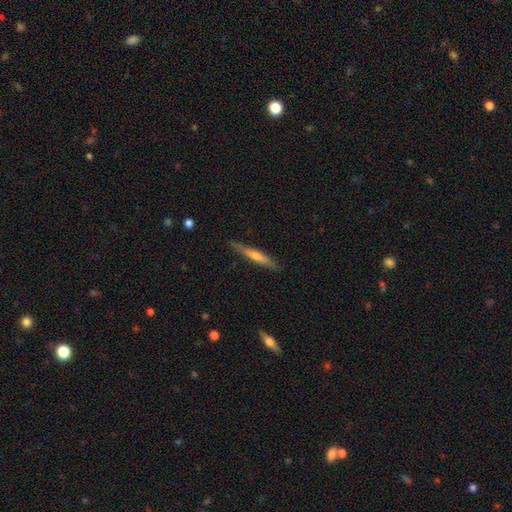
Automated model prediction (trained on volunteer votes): smooth-or-featured: featured or disk: 55% | smooth: 39% | star or artifact: 6%
  disk-edge-on: yes: 95% | no: 5%
    edge-on-bulge: rounded: 61% | none: 30% | boxy: 9%
  merging: none: 87% | minor disturbance: 10% | major disturbance: 2% | merger: 1%